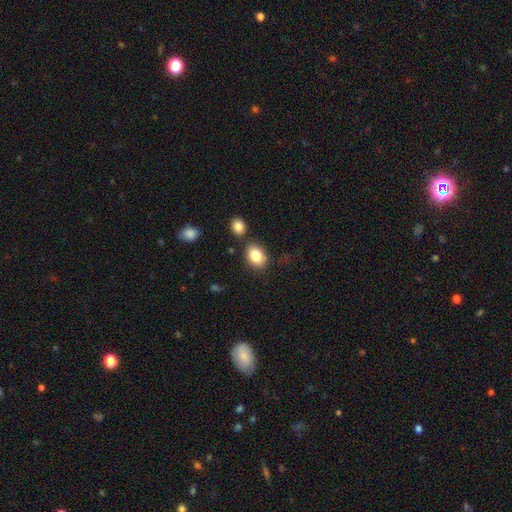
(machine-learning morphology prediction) Smooth or featured? smooth (84%)
How rounded? in between (74%)
Merging? none (75%)